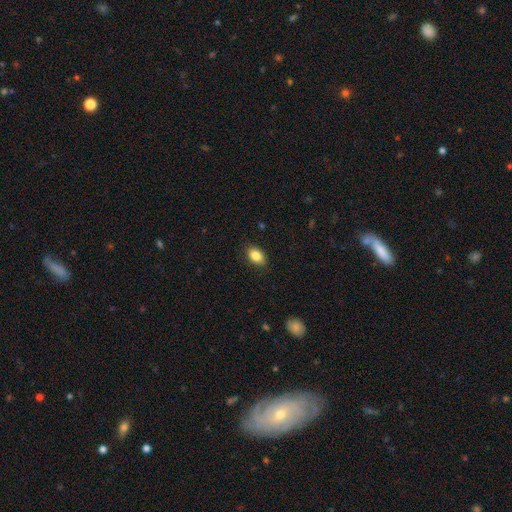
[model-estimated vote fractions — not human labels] smooth_or_featured: smooth (p=0.86) [alt: star or artifact p=0.08]
how_rounded: in between (p=0.88) [alt: round p=0.10]
merging: none (p=0.87) [alt: minor disturbance p=0.10]